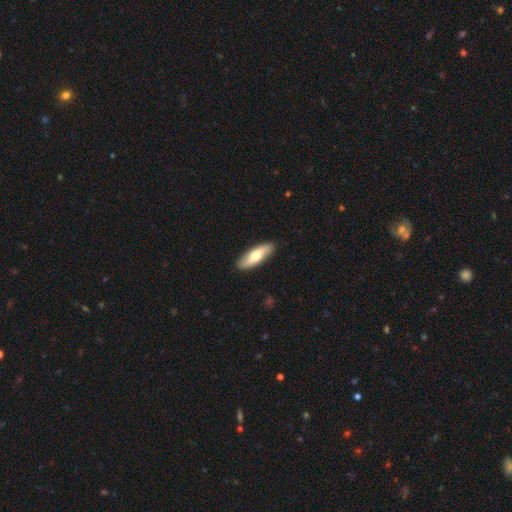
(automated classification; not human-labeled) This is possibly a smooth galaxy (57%). How rounded: possibly in between (55%). Merging: clearly none (90%).